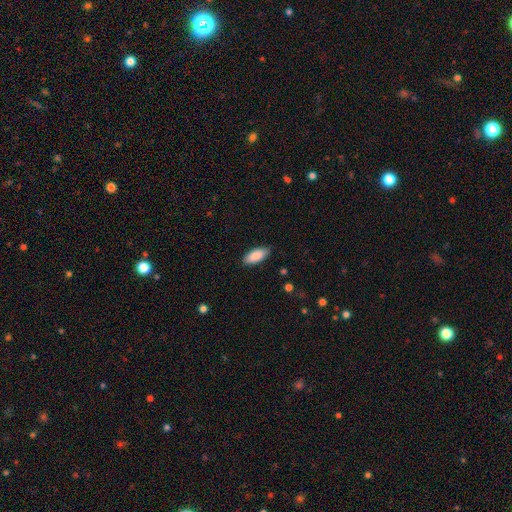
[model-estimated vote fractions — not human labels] This appears to be a smooth galaxy with no disk features (87%) that is in between round and cigar-shaped (85%). Merging: none (86%).